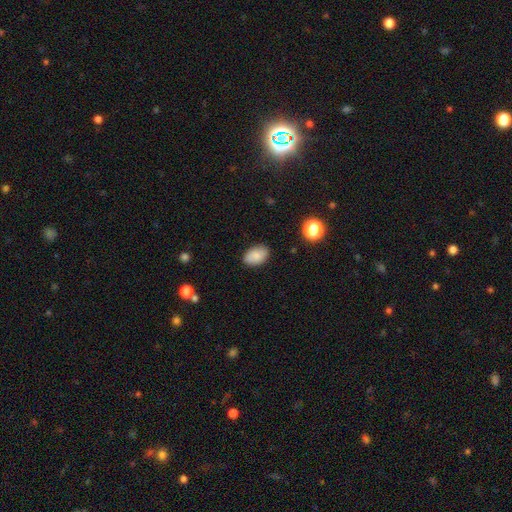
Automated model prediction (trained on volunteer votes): Smooth or featured? Predicted: smooth (p=0.79). How rounded? Predicted: in between (p=0.89). Merging? Predicted: none (p=0.85).